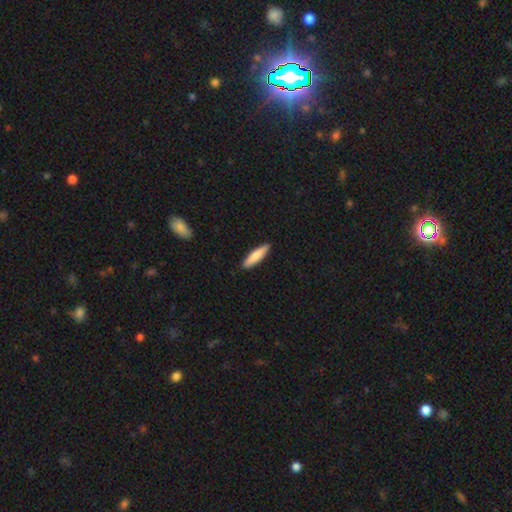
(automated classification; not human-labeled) Morphology: type=smooth (79%); roundness=cigar-shaped (79%); merging=none (91%).